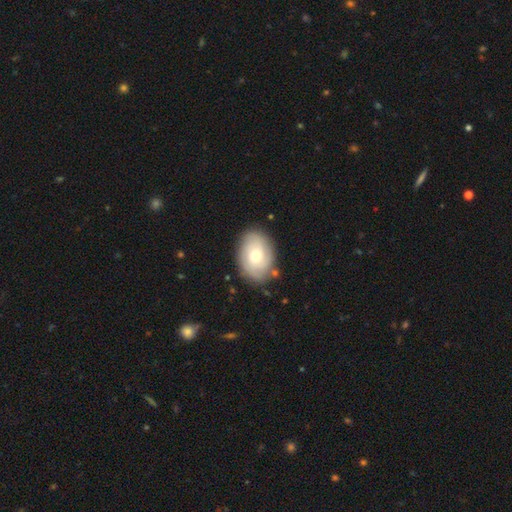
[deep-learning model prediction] This is possibly a smooth galaxy (53%). How rounded: likely in between (78%). Merging: likely none (80%).